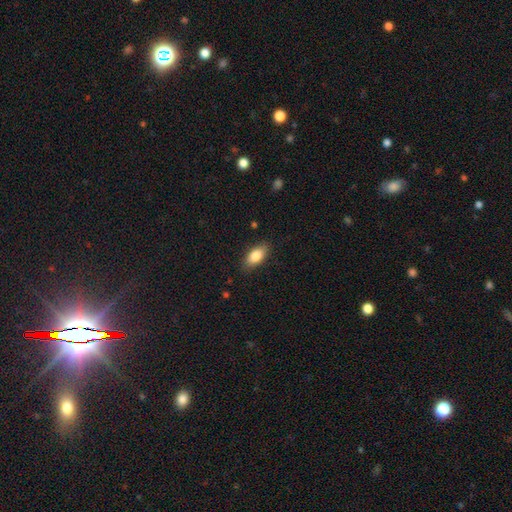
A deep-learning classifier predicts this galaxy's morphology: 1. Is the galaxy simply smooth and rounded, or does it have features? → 84% smooth, 9% featured or disk, 7% star or artifact.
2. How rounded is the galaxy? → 90% in between, 7% cigar-shaped, 4% round.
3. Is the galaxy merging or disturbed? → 84% none, 12% minor disturbance, 3% major disturbance, 1% merger.